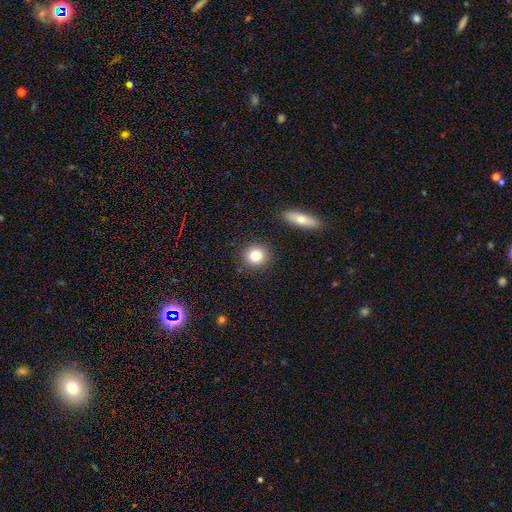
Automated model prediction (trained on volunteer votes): Smooth or featured? Predicted: smooth (p=0.81). How rounded? Predicted: round (p=0.87). Merging? Predicted: none (p=0.88).